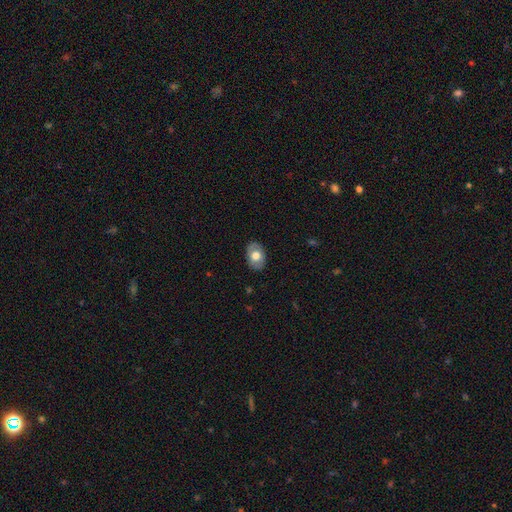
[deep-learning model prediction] Overall: smooth (64%; featured or disk 29%). How rounded: in between (80%). Merging: none (85%).